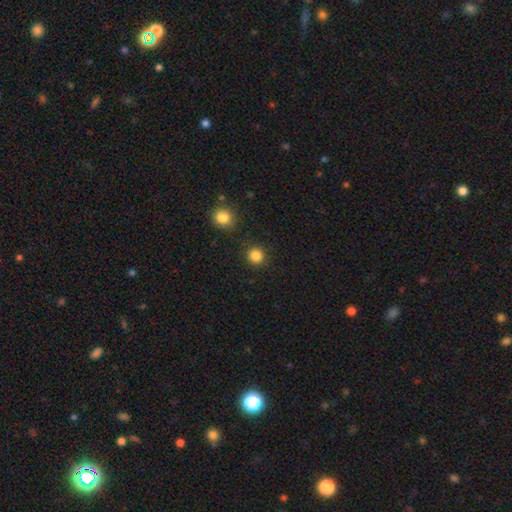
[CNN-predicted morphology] This appears to be a smooth galaxy with no disk features (85%) that is round (93%). Merging: none (89%).